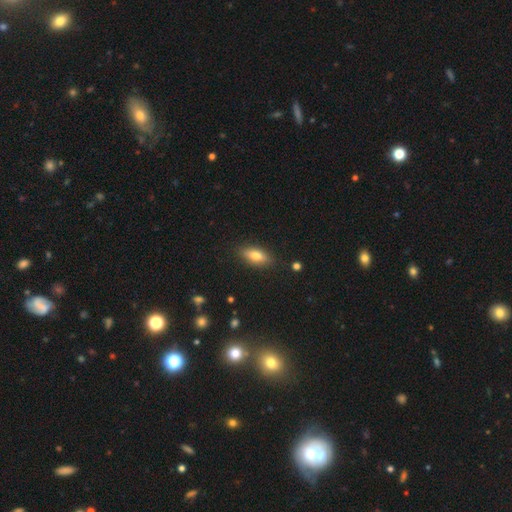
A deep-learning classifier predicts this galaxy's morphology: A smooth galaxy with no disk features (73%) that is in between round and cigar-shaped (76%).

Vote fractions:
- Smooth or featured? smooth: 73% / featured or disk: 19% / star or artifact: 8%
- How rounded? in between: 76% / cigar-shaped: 20% / round: 4%
- Merging? none: 86% / minor disturbance: 11% / major disturbance: 2% / merger: 1%